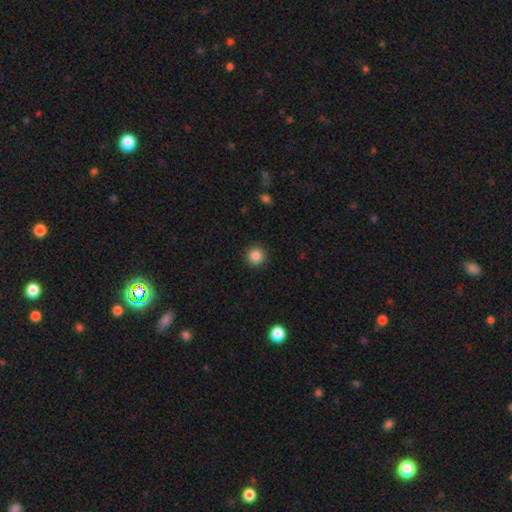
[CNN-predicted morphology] smooth-or-featured: smooth: 86% | star or artifact: 10% | featured or disk: 4%
  how-rounded: round: 95% | in between: 4% | cigar-shaped: 1%
  merging: none: 92% | minor disturbance: 5% | major disturbance: 2% | merger: 1%